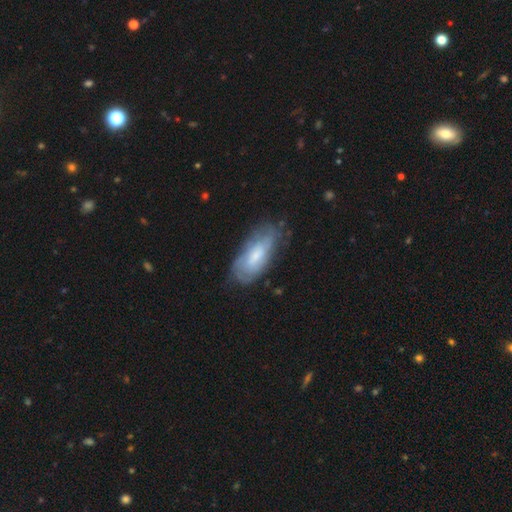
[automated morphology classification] This is possibly a featured or disk galaxy (49%). Merging: likely none (65%).